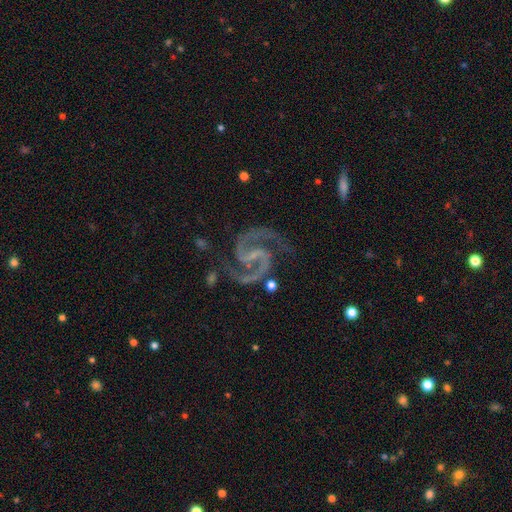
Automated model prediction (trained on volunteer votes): smooth_or_featured: featured or disk (p=0.94) [alt: star or artifact p=0.04]
disk_edge_on: no (p=0.98) [alt: yes p=0.02]
bar: weak (p=0.44) [alt: strong p=0.33]
has_spiral_arms: yes (p=0.99) [alt: no p=0.01]
spiral_winding: medium (p=0.70) [alt: tight p=0.18]
spiral_arm_count: 2 (p=0.95) [alt: 3 p=0.01]
bulge_size: small (p=0.57) [alt: none p=0.33]
merging: none (p=0.77) [alt: minor disturbance p=0.15]